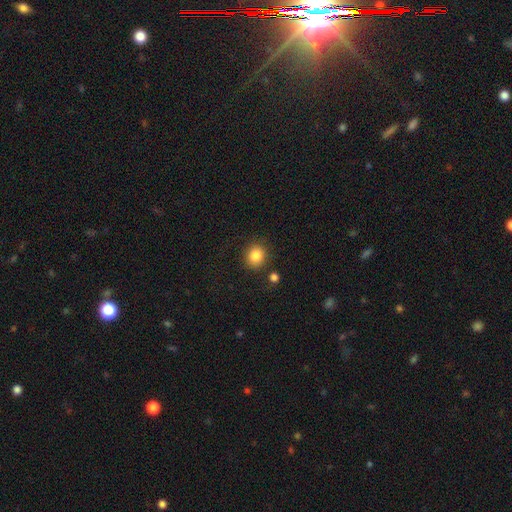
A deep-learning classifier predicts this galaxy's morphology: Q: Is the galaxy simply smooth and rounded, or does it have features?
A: smooth — 85%.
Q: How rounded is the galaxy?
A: round — 81%.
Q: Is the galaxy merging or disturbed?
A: none — 84%.